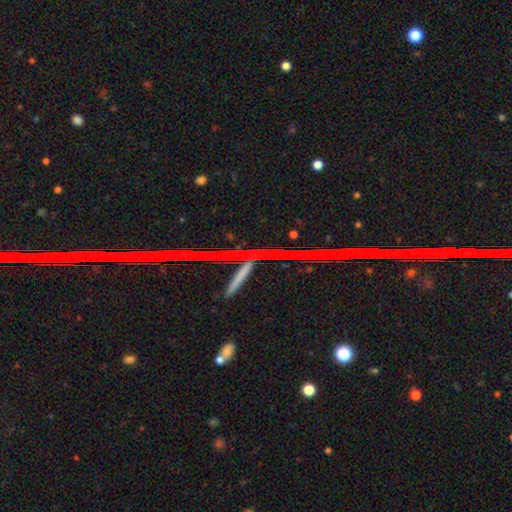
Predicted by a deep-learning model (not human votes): Morphology: type=star or artifact (85%).